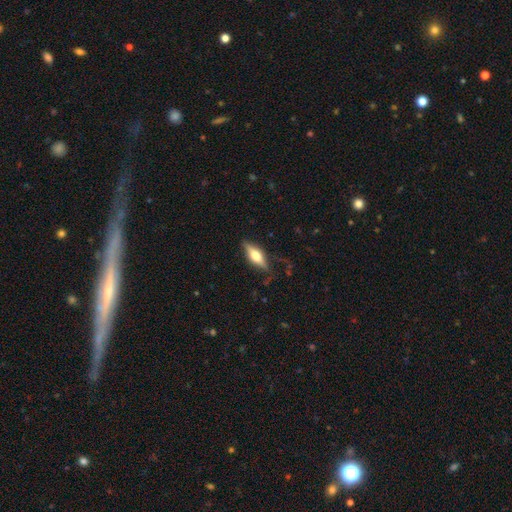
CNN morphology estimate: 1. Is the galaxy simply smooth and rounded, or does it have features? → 51% featured or disk, 42% smooth, 7% star or artifact.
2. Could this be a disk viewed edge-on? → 92% yes, 8% no.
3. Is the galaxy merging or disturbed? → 76% none, 17% minor disturbance, 5% major disturbance, 2% merger.